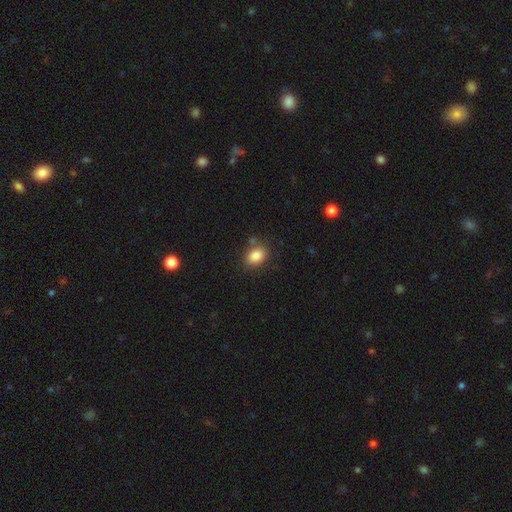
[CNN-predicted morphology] A smooth galaxy with no disk features (85%) that is in between round and cigar-shaped (75%).

Vote fractions:
- Smooth or featured? smooth: 85% / star or artifact: 9% / featured or disk: 6%
- How rounded? in between: 75% / round: 23% / cigar-shaped: 1%
- Merging? none: 76% / minor disturbance: 14% / merger: 6% / major disturbance: 4%